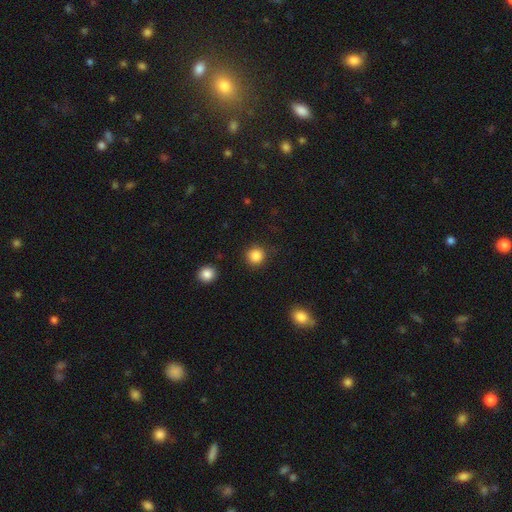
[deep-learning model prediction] Morphology: type=smooth (86%); roundness=round (93%); merging=none (89%).